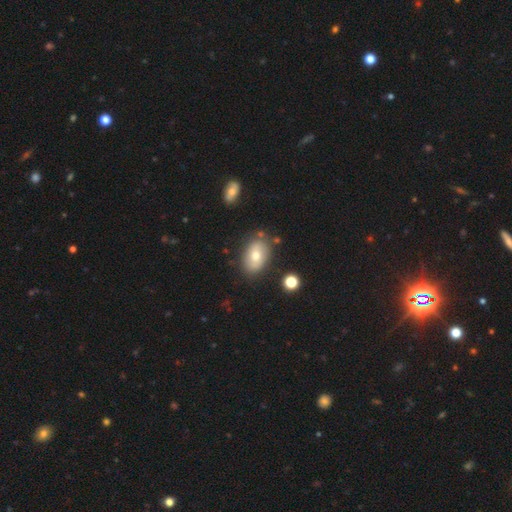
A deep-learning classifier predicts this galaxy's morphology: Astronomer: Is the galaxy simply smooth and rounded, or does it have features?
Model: smooth — 66%.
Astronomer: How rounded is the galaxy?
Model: in between — 86%.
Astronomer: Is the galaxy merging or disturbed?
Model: none — 77%.